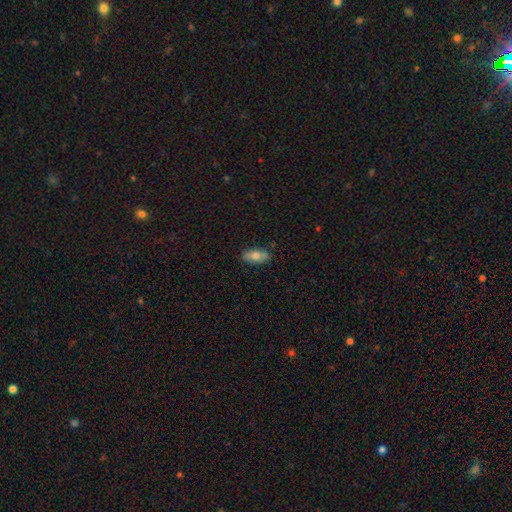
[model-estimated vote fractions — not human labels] Overall: smooth (73%). How rounded: in between (84%). Merging: none (85%).